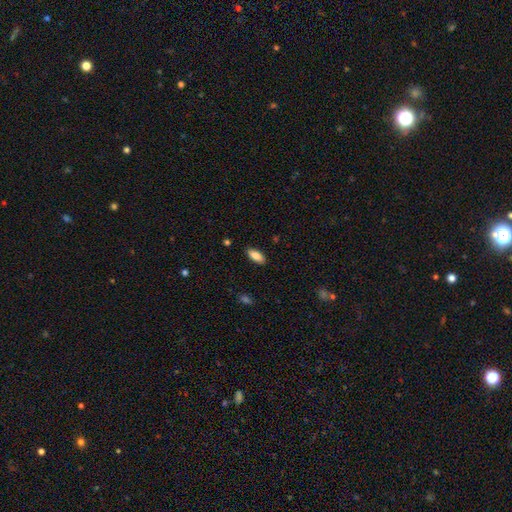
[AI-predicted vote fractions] Smooth or featured: smooth — 84% (featured or disk — 9%)
How rounded: in between — 85% (cigar-shaped — 13%)
Merging: none — 87% (minor disturbance — 10%)